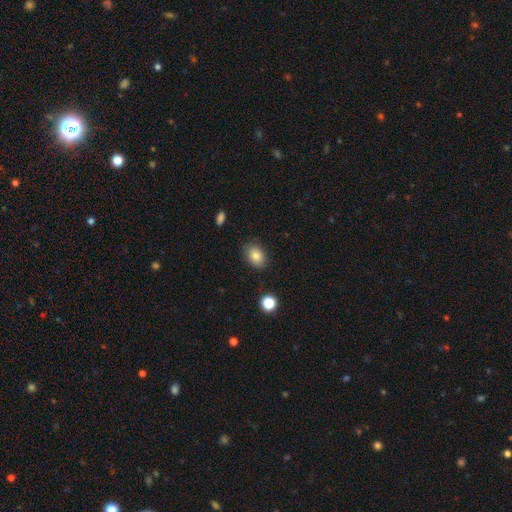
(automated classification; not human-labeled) smooth-or-featured: smooth: 83% | star or artifact: 9% | featured or disk: 8%
  how-rounded: in between: 76% | round: 22% | cigar-shaped: 1%
  merging: none: 85% | minor disturbance: 11% | major disturbance: 3% | merger: 1%